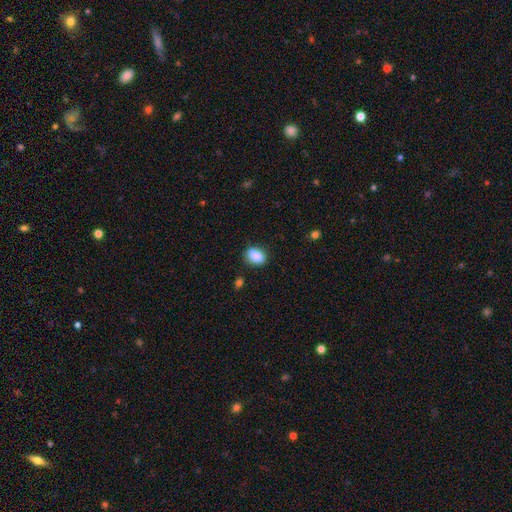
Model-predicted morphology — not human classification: smooth-or-featured: smooth: 87% | star or artifact: 8% | featured or disk: 6%
  how-rounded: in between: 80% | round: 18% | cigar-shaped: 3%
  merging: none: 79% | minor disturbance: 15% | major disturbance: 3% | merger: 2%